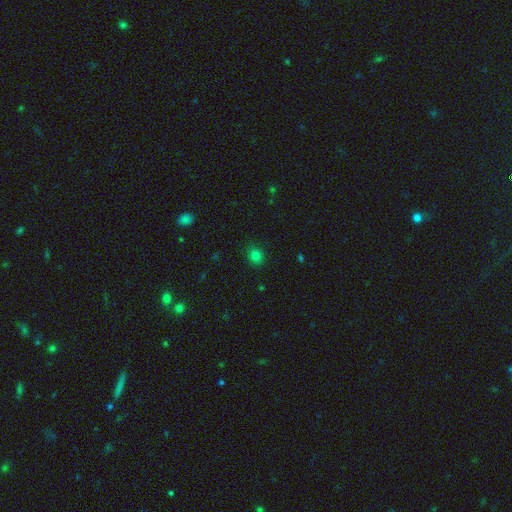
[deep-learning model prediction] Smooth or featured? Predicted: smooth (p=0.78). How rounded? Predicted: round (p=0.71). Merging? Predicted: none (p=0.87).